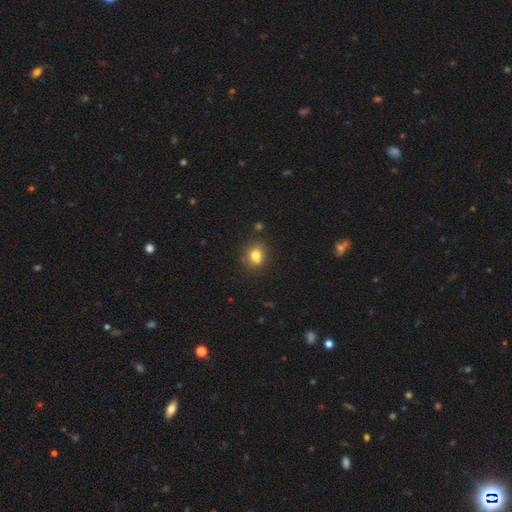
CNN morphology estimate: Overall: smooth (80%). How rounded: round (52%; in between 47%). Merging: none (73%).